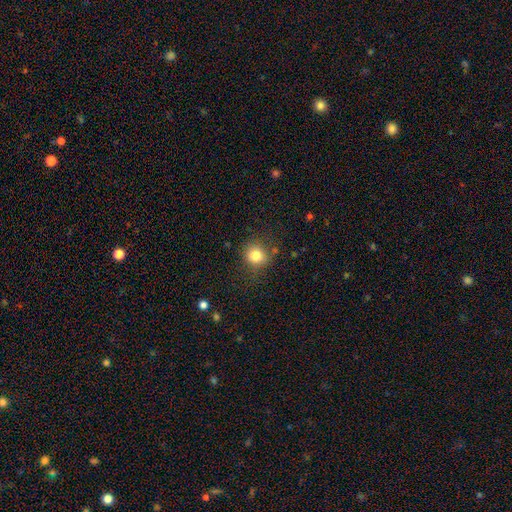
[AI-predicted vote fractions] This appears to be a smooth galaxy with no disk features (81%) that is round (84%). Merging: none (78%).